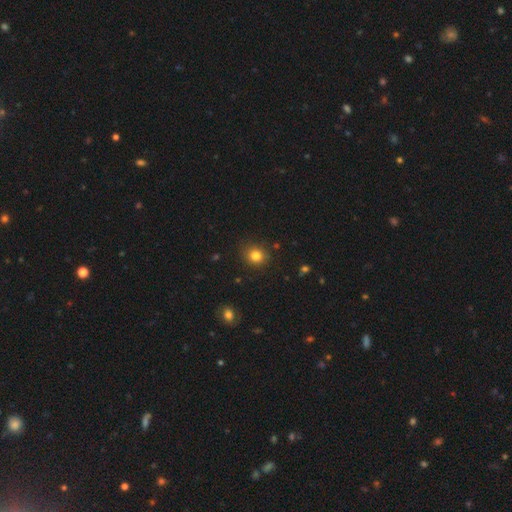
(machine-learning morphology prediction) This appears to be a smooth galaxy with no disk features (82%) that is round (80%). Merging: none (87%).